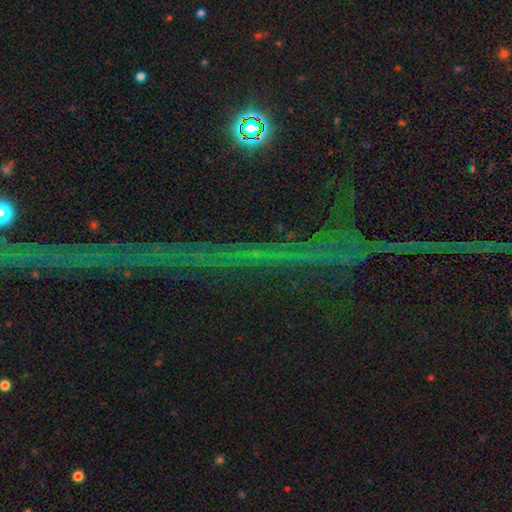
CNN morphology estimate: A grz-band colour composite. It shows a star or artifact, not a galaxy (75%).